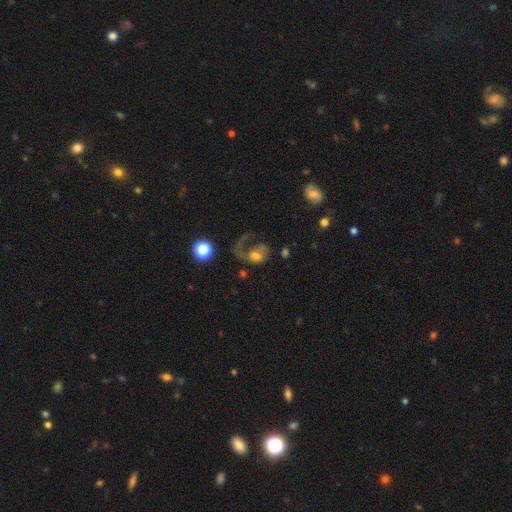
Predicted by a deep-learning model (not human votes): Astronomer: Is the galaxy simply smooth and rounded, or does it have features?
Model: featured or disk — 49% (runner-up: smooth, 40%).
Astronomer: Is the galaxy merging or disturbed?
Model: major disturbance — 58%.